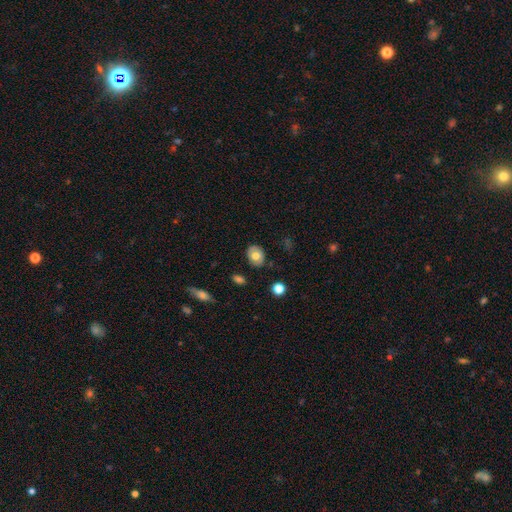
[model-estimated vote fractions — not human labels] Overall: smooth (71%). How rounded: in between (57%; round 42%). Merging: none (84%).